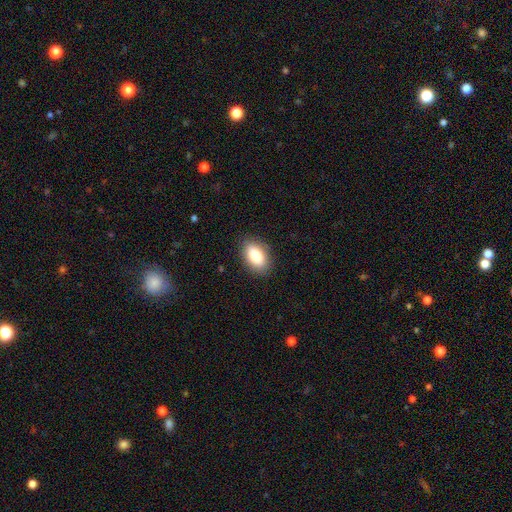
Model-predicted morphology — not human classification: smooth 83%, featured or disk 10%, star or artifact 8%. Down the decision tree: how rounded — in between (90%); merging — none (87%).